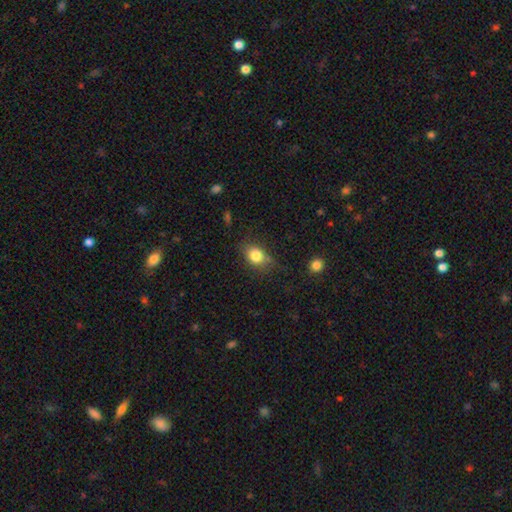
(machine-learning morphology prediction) The model was most divided on "how rounded": in between: 59%, round: 39%, cigar-shaped: 2%. More confident: smooth or featured — smooth (81%); merging — none (65%).